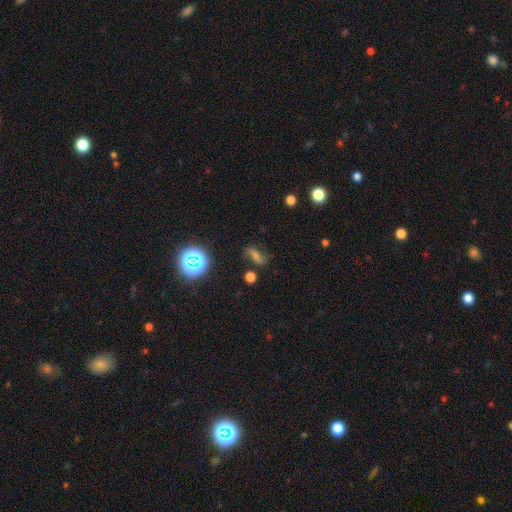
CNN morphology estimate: Smooth or featured? smooth (40%)
Merging? none (69%)